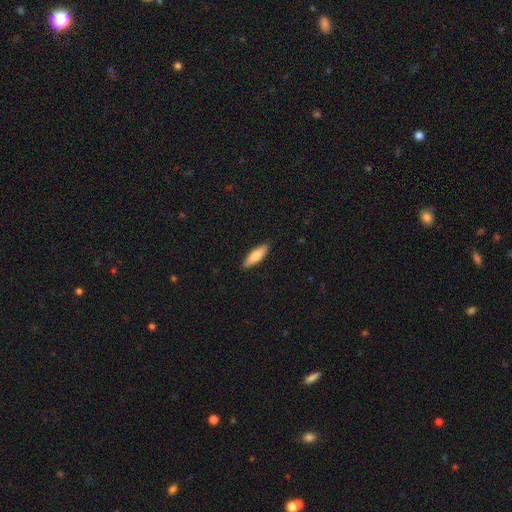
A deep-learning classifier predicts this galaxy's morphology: smooth_or_featured: smooth (p=0.69) [alt: featured or disk p=0.25]
how_rounded: cigar-shaped (p=0.59) [alt: in between p=0.39]
merging: none (p=0.91) [alt: minor disturbance p=0.07]